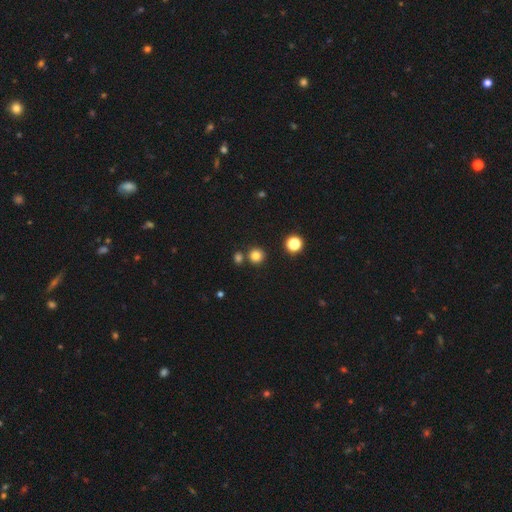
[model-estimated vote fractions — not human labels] smooth-or-featured: smooth: 79% | star or artifact: 15% | featured or disk: 6%
  how-rounded: round: 93% | in between: 6% | cigar-shaped: 1%
  merging: none: 81% | merger: 10% | minor disturbance: 7% | major disturbance: 2%